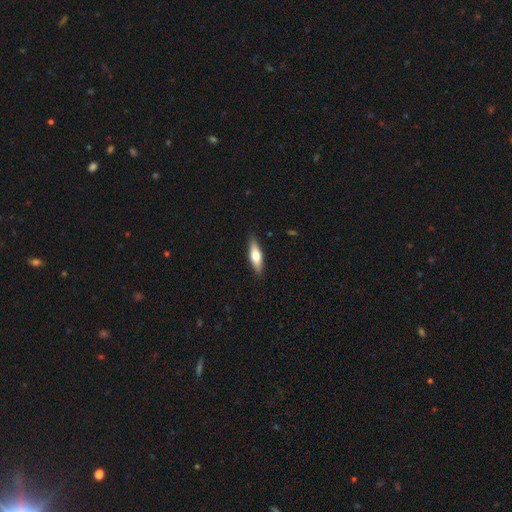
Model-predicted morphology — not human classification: Overall: smooth (57%; featured or disk 38%). How rounded: cigar-shaped (52%; in between 45%). Merging: none (88%).